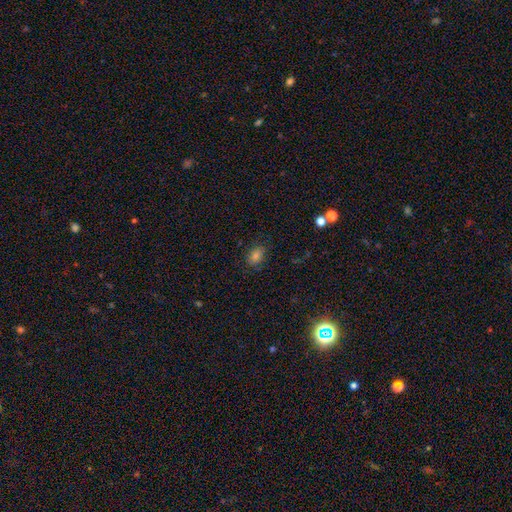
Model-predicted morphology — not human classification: Smooth or featured?
  - smooth: 74% *
  - star or artifact: 19%
  - featured or disk: 7%
How rounded?
  - in between: 73% *
  - round: 26%
  - cigar-shaped: 1%
Merging?
  - none: 82% *
  - minor disturbance: 12%
  - major disturbance: 4%
  - merger: 2%